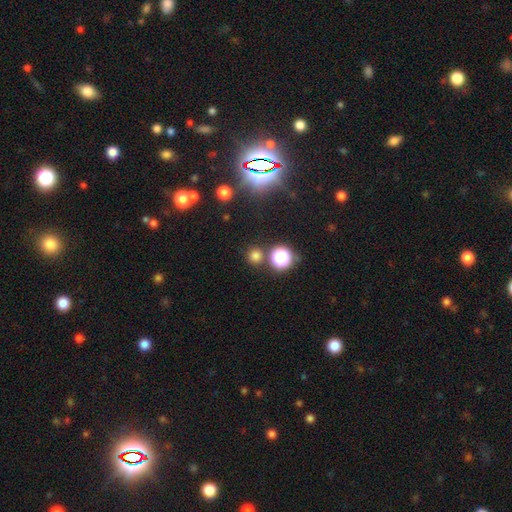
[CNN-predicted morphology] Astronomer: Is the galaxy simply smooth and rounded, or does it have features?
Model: smooth — 71%.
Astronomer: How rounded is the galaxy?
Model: round — 92%.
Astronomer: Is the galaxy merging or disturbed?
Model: none — 82%.